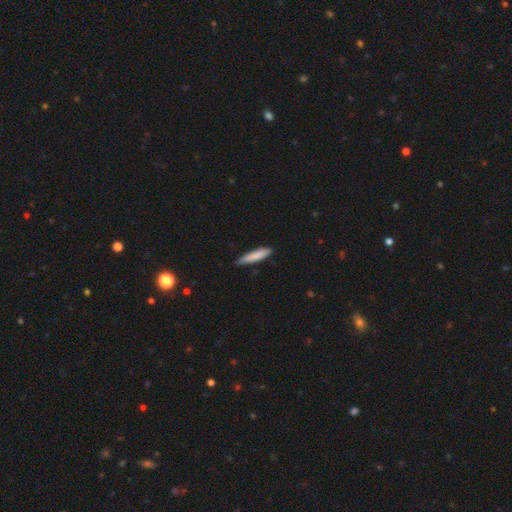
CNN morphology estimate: Q: Smooth or featured?
A: smooth (82%); runner-up: featured or disk (12%)
Q: How rounded?
A: cigar-shaped (87%); runner-up: in between (12%)
Q: Merging?
A: none (84%); runner-up: minor disturbance (13%)